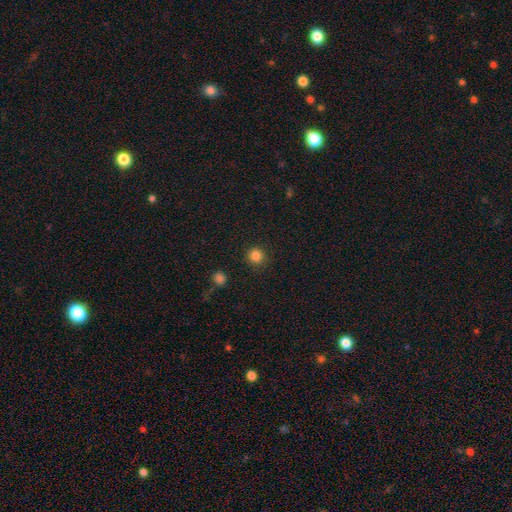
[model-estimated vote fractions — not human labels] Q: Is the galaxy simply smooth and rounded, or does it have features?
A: smooth — 85%.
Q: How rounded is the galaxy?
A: round — 92%.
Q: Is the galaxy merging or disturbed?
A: none — 88%.